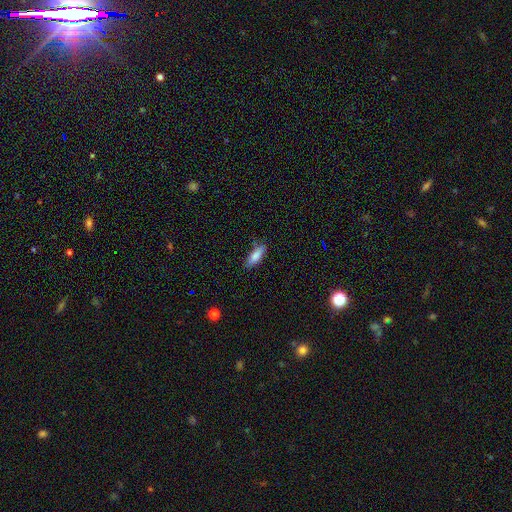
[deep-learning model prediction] smooth-or-featured: smooth: 81% | featured or disk: 12% | star or artifact: 7%
  how-rounded: in between: 57% | cigar-shaped: 41% | round: 2%
  merging: none: 77% | minor disturbance: 18% | major disturbance: 3% | merger: 2%